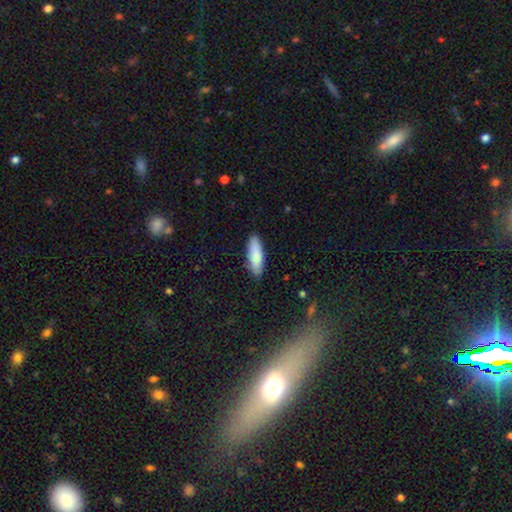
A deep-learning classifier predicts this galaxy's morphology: A smooth galaxy with no disk features (87%) that is in between round and cigar-shaped (55%).

Vote fractions:
- Smooth or featured? smooth: 87% / featured or disk: 7% / star or artifact: 5%
- How rounded? in between: 55% / cigar-shaped: 43% / round: 2%
- Merging? none: 86% / minor disturbance: 11% / major disturbance: 2% / merger: 1%